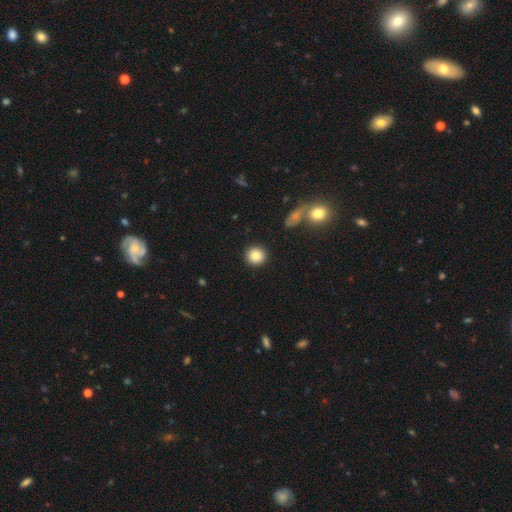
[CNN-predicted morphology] type=smooth (86%); roundness=round (92%); merging=none (91%).